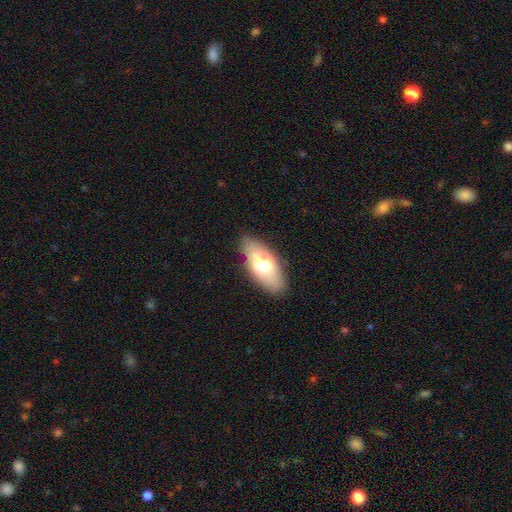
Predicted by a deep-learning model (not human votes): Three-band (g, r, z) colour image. It shows a smooth galaxy with no disk features (61%) that is in between round and cigar-shaped (85%). Merging: none (76%).